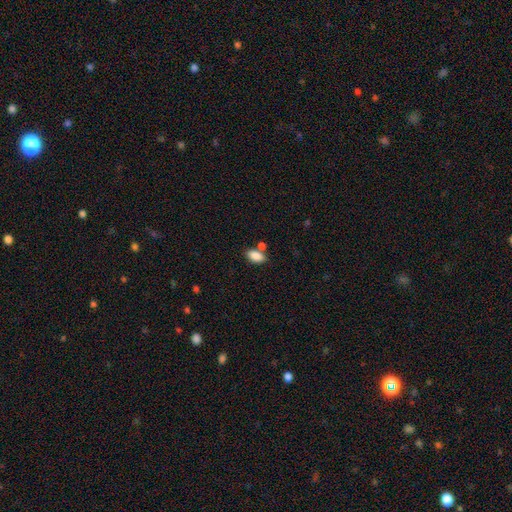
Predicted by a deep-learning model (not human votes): Q: Smooth or featured?
A: smooth (87%); runner-up: star or artifact (8%)
Q: How rounded?
A: in between (92%); runner-up: round (5%)
Q: Merging?
A: none (62%); runner-up: merger (22%)